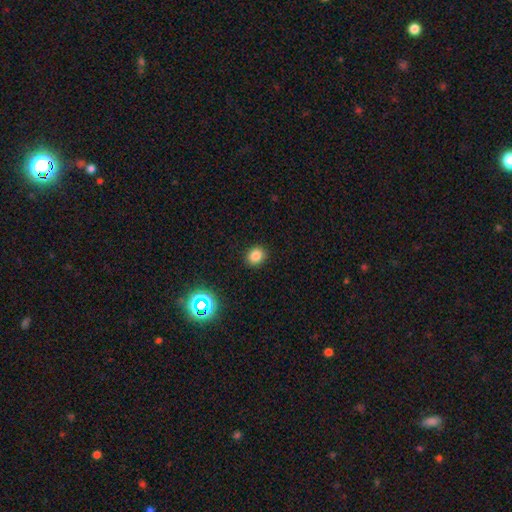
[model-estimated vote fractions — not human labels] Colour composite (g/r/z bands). It shows a smooth galaxy with no disk features (81%) that is round (73%). Merging: none (90%).